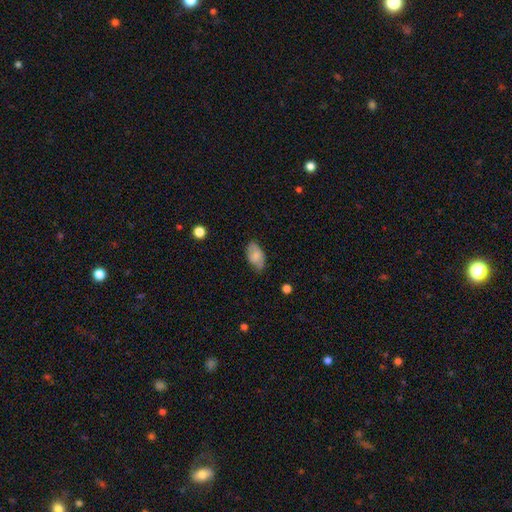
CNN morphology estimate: smooth_or_featured: smooth (p=0.69) [alt: featured or disk p=0.24]
how_rounded: in between (p=0.92) [alt: round p=0.06]
merging: none (p=0.62) [alt: minor disturbance p=0.30]